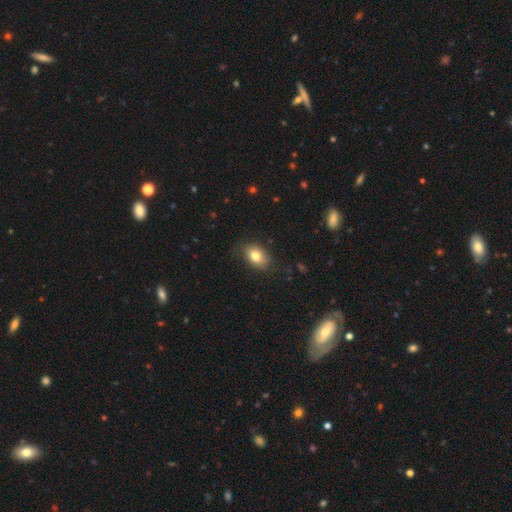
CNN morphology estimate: This appears to be a smooth galaxy with no disk features (80%) that is in between round and cigar-shaped (79%). Merging: none (80%).